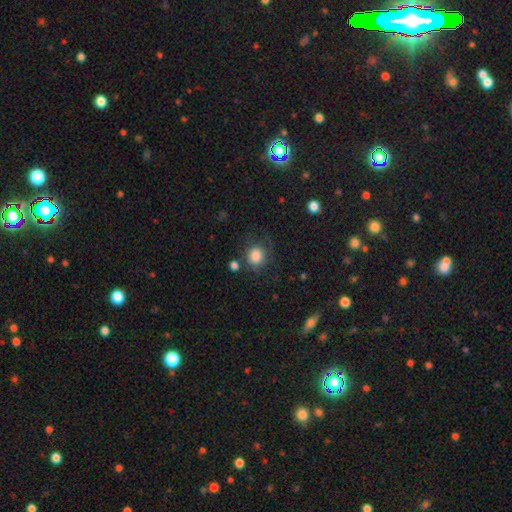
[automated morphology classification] The model was most divided on "merging": none: 70%, minor disturbance: 17%, major disturbance: 8%, merger: 5%. More confident: smooth or featured — smooth (85%); how rounded — round (82%).